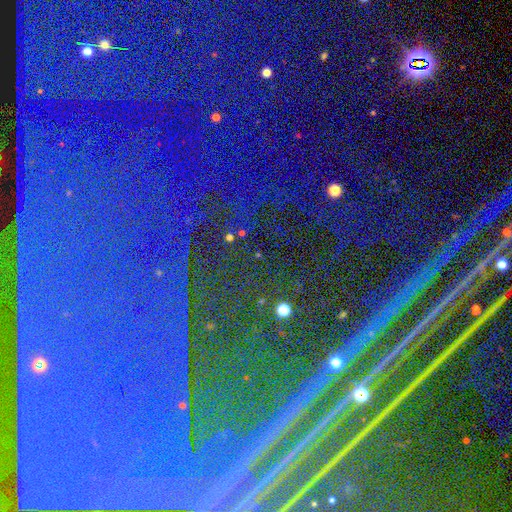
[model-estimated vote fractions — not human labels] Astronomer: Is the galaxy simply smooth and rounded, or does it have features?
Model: star or artifact — 87%.